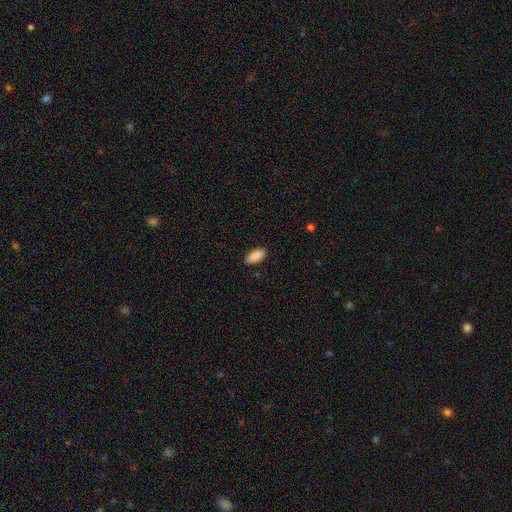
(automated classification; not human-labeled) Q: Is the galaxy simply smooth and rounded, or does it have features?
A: smooth — 90%.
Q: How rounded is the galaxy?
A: in between — 86%.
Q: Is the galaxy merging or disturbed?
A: none — 88%.